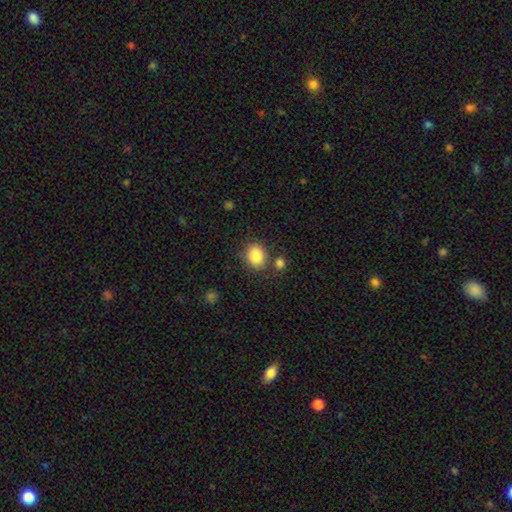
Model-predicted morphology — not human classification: This appears to be a smooth galaxy with no disk features (85%) that is round (62%). Merging: none (76%).